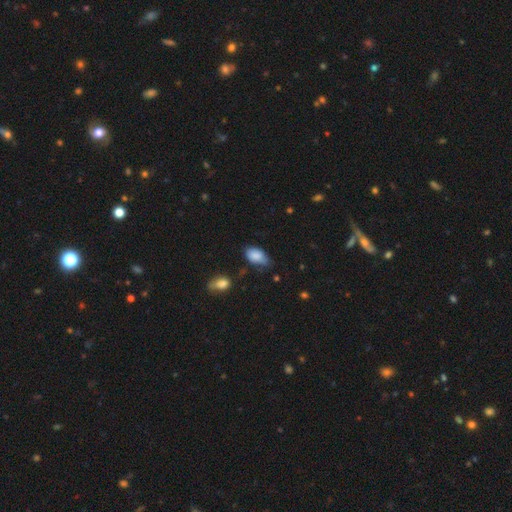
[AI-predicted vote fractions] This appears to be a smooth galaxy with no disk features (84%) that is in between round and cigar-shaped (92%). Merging: none (50%).